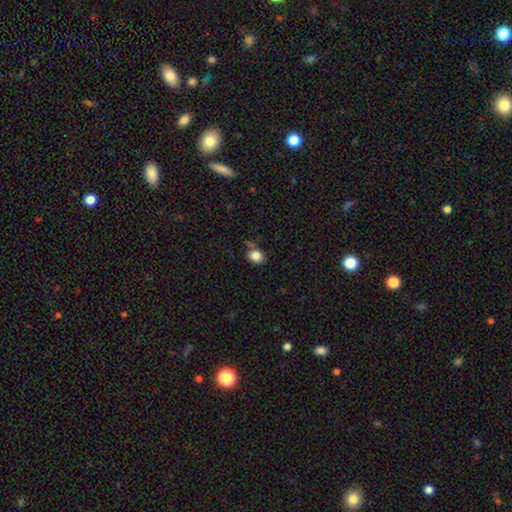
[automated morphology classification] Overall: smooth (84%). How rounded: in between (50%; round 49%). Merging: none (65%).